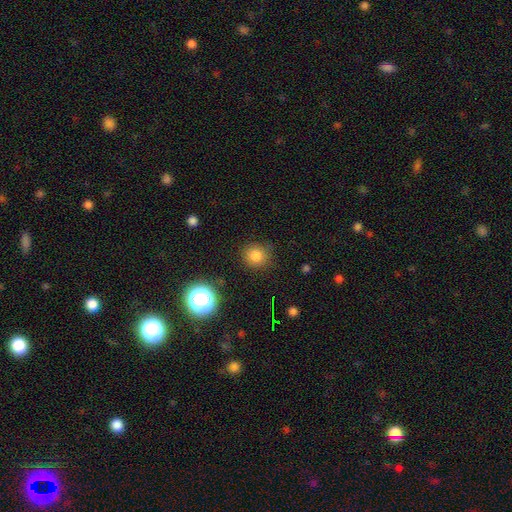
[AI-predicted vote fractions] Smooth or featured? smooth (80%)
How rounded? round (89%)
Merging? none (86%)